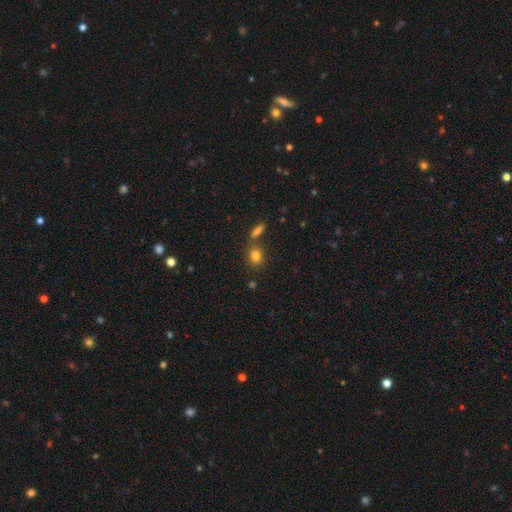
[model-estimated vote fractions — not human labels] Smooth or featured? smooth (82%)
How rounded? round (51%)
Merging? none (66%)